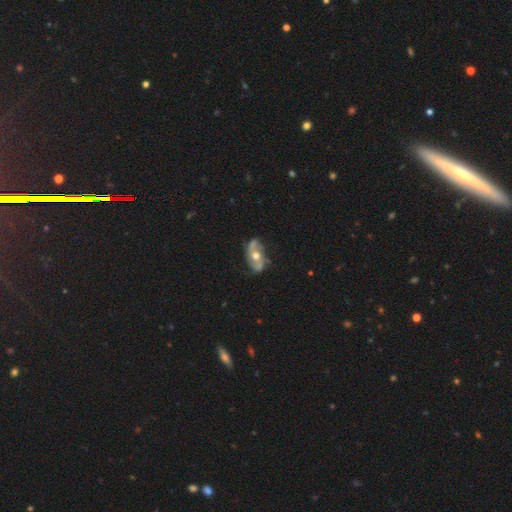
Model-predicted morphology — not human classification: Smooth or featured: featured or disk — 73% (smooth — 20%)
Edge-on disk: no — 92% (yes — 8%)
Bar: no — 74% (weak — 19%)
Spiral arms: yes — 74% (no — 26%)
Bulge size: moderate — 75% (large — 14%)
Merging: none — 65% (minor disturbance — 23%)